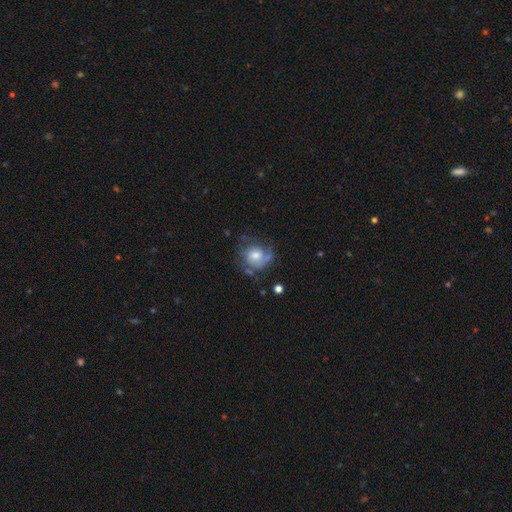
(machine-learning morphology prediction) A featured or disk galaxy (50%). Merging: none (53%).